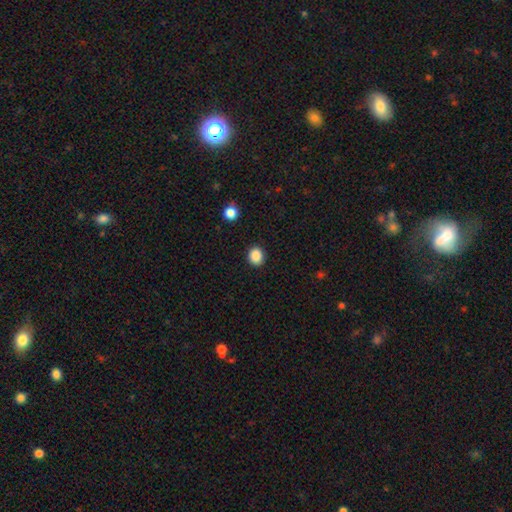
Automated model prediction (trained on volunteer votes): Smooth or featured? smooth (87%)
How rounded? round (74%)
Merging? none (90%)